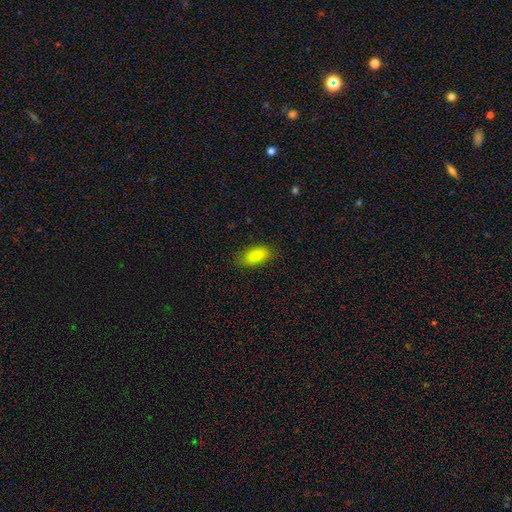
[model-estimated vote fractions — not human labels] smooth_or_featured: smooth (p=0.83) [alt: featured or disk p=0.09]
how_rounded: in between (p=0.89) [alt: cigar-shaped p=0.07]
merging: none (p=0.83) [alt: minor disturbance p=0.13]